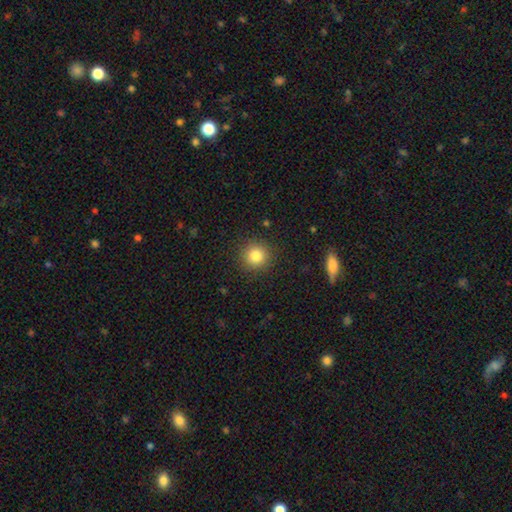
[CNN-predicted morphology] The model was most divided on "smooth or featured": smooth: 83%, star or artifact: 11%, featured or disk: 6%. More confident: how rounded — round (94%); merging — none (90%).